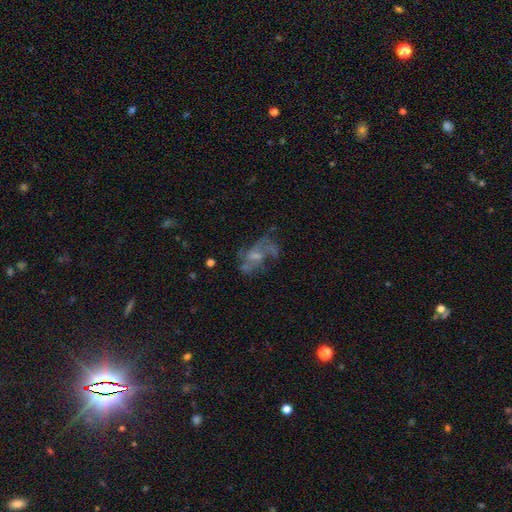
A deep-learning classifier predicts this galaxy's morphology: smooth-or-featured: featured or disk: 65% | smooth: 20% | star or artifact: 15%
  disk-edge-on: no: 96% | yes: 4%
    bar: no: 62% | weak: 32% | strong: 6%
    has-spiral-arms: yes: 58% | no: 42%
    bulge-size: small: 42% | moderate: 32% | none: 21% | large: 3% | dominant: 1%
  merging: none: 43% | major disturbance: 30% | minor disturbance: 18% | merger: 8%